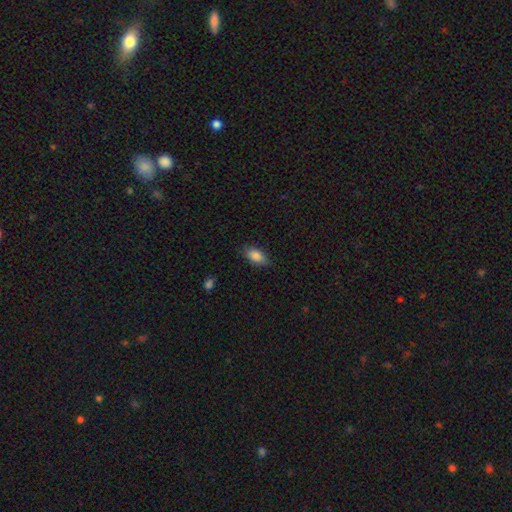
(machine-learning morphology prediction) This appears to be a smooth galaxy with no disk features (87%) that is in between round and cigar-shaped (91%). Merging: none (84%).